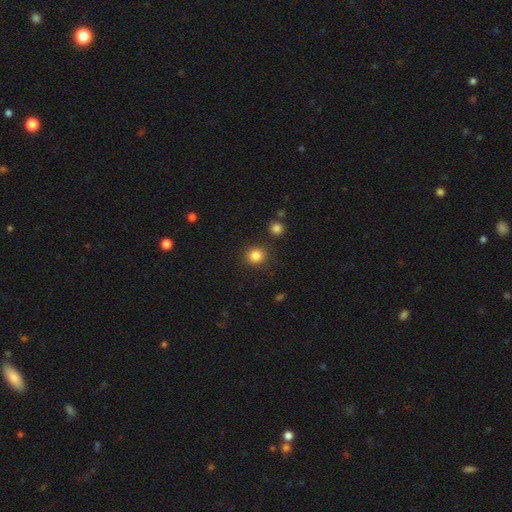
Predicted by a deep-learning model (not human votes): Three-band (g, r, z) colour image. It shows a smooth galaxy with no disk features (85%) that is round (87%). Merging: none (88%).